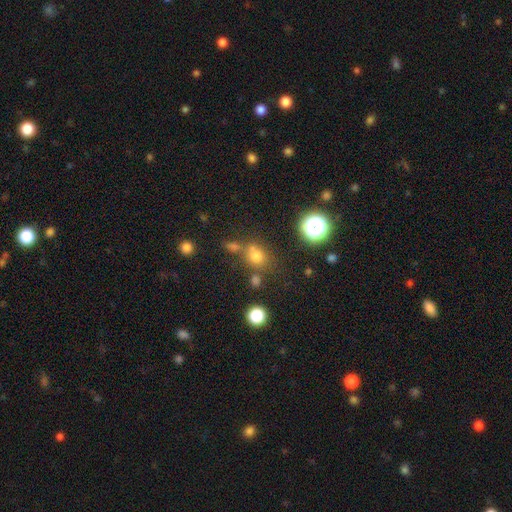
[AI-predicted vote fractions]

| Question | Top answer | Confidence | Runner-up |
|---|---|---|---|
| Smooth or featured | smooth | 70% | star or artifact (21%) |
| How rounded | round | 68% | in between (31%) |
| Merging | none | 60% | merger (22%) |